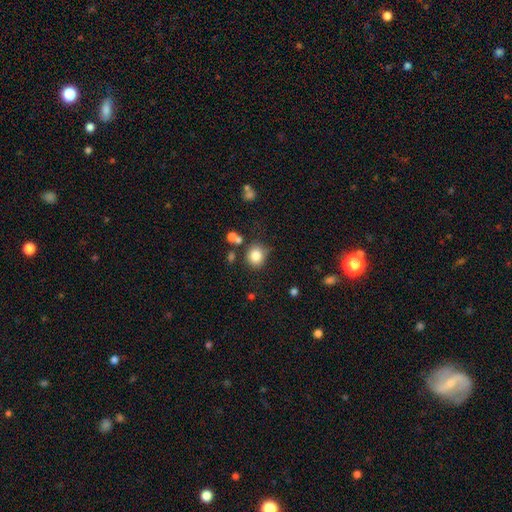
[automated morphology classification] A smooth galaxy with no disk features (83%) that is round (80%). Merging: none (73%).